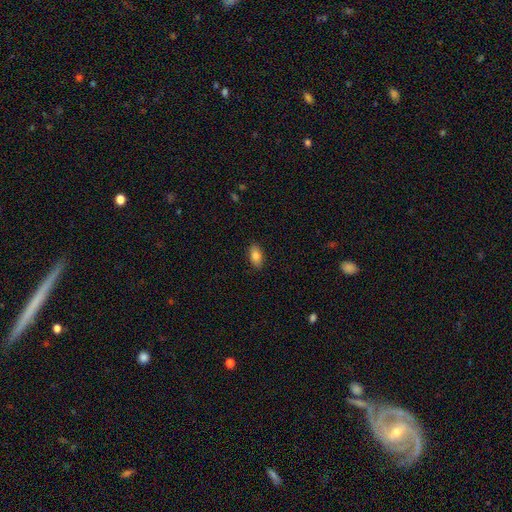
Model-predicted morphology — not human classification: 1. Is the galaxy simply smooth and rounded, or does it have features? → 83% smooth, 9% featured or disk, 8% star or artifact.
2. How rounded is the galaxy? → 92% in between, 5% round, 3% cigar-shaped.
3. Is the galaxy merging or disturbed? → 88% none, 9% minor disturbance, 2% major disturbance, 1% merger.